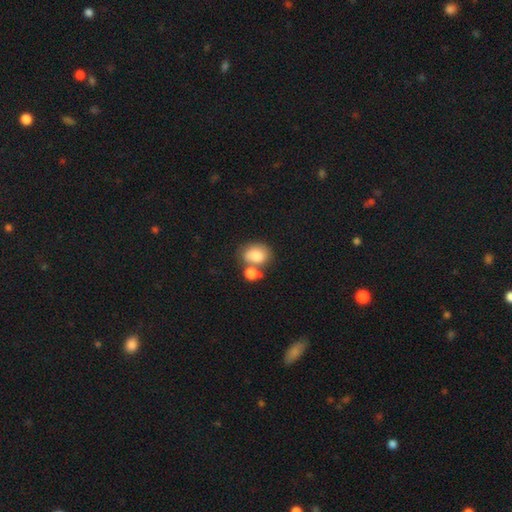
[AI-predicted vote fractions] Smooth or featured?
  - smooth: 79% *
  - featured or disk: 12%
  - star or artifact: 8%
How rounded?
  - in between: 56% *
  - round: 43%
  - cigar-shaped: 1%
Merging?
  - merger: 42% *
  - none: 37%
  - minor disturbance: 14%
  - major disturbance: 7%